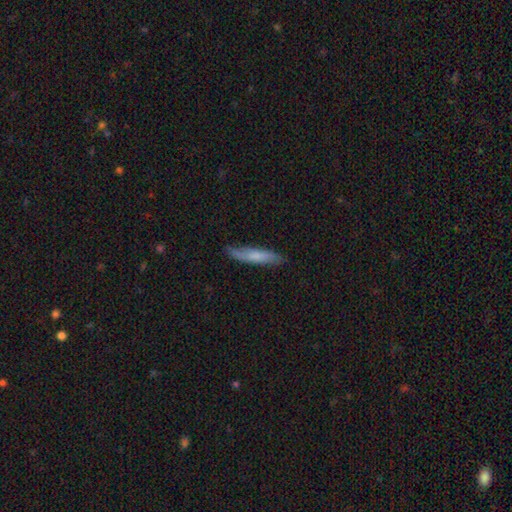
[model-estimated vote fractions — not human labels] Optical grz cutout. It shows a smooth galaxy with no disk features (66%) that is cigar-shaped (88%). Merging: none (77%).